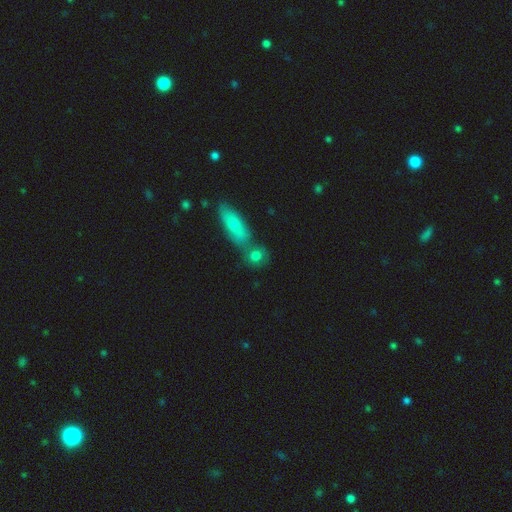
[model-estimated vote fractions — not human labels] Morphology: type=smooth (76%); roundness=round (63%); merging=none (49%).